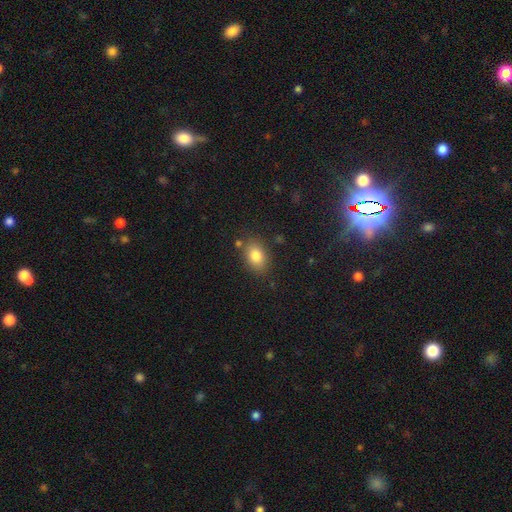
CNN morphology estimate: A smooth galaxy with no disk features (83%) that is in between round and cigar-shaped (82%).

Vote fractions:
- Smooth or featured? smooth: 83% / star or artifact: 9% / featured or disk: 9%
- How rounded? in between: 82% / round: 16% / cigar-shaped: 2%
- Merging? none: 79% / minor disturbance: 13% / merger: 4% / major disturbance: 4%